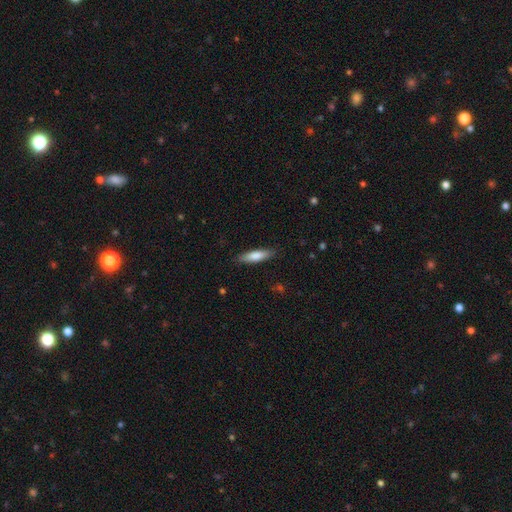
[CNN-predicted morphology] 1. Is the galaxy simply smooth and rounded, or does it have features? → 78% smooth, 16% featured or disk, 6% star or artifact.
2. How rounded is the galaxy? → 66% cigar-shaped, 33% in between, 2% round.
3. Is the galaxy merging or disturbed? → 86% none, 11% minor disturbance, 2% major disturbance, 1% merger.